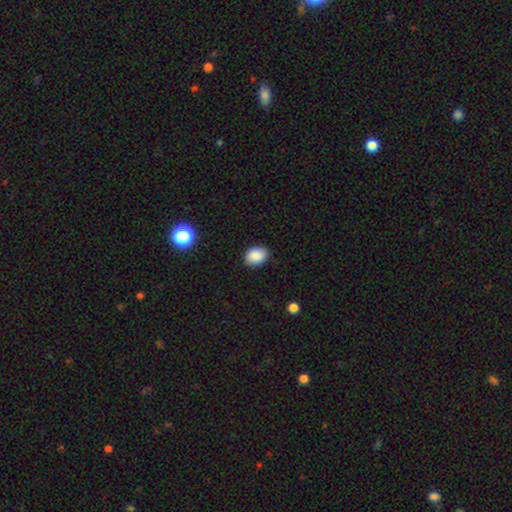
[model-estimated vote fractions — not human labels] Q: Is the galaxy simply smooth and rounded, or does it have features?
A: smooth — 88%.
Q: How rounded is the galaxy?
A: in between — 66%.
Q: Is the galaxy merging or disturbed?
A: none — 86%.